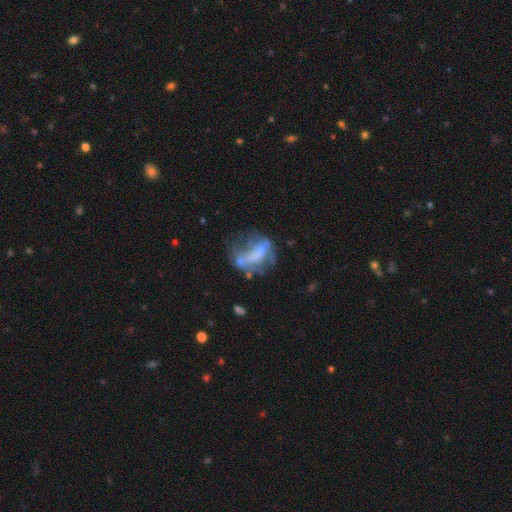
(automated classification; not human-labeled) Overall: featured or disk (56%; smooth 30%). Edge-on disk: no (96%). Bar: no (63%; weak 23%). Spiral arms: no (75%). Bulge size: none (52%; small 28%). Merging: major disturbance (33%; none 30%).